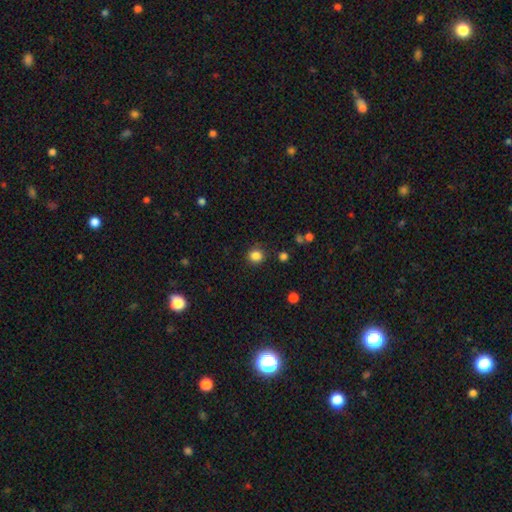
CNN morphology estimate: Overall: smooth (84%). How rounded: round (87%). Merging: none (87%).